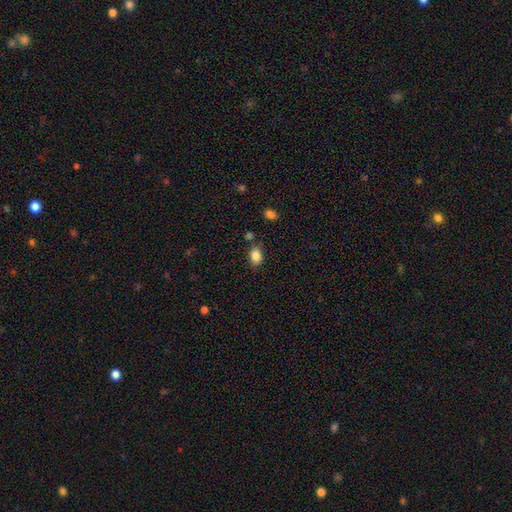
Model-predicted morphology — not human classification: Smooth or featured?
  - smooth: 85% *
  - star or artifact: 10%
  - featured or disk: 6%
How rounded?
  - in between: 75% *
  - round: 24%
  - cigar-shaped: 1%
Merging?
  - none: 76% *
  - minor disturbance: 15%
  - merger: 5%
  - major disturbance: 4%